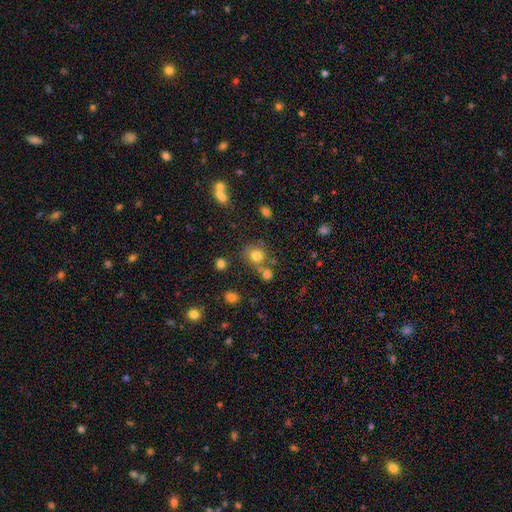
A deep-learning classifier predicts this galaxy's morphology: Smooth or featured?
  - smooth: 76% *
  - star or artifact: 14%
  - featured or disk: 9%
How rounded?
  - round: 85% *
  - in between: 14%
  - cigar-shaped: 1%
Merging?
  - none: 64% *
  - merger: 19%
  - minor disturbance: 12%
  - major disturbance: 5%